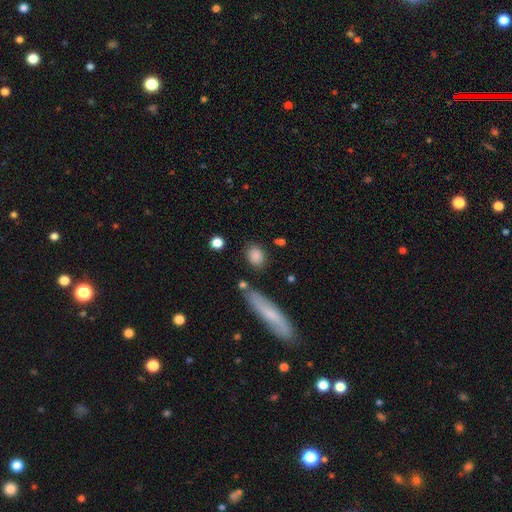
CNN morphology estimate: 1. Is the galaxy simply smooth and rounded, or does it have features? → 85% smooth, 8% star or artifact, 7% featured or disk.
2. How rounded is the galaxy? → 50% in between, 45% round, 5% cigar-shaped.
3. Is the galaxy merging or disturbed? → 76% none, 13% minor disturbance, 7% merger, 4% major disturbance.